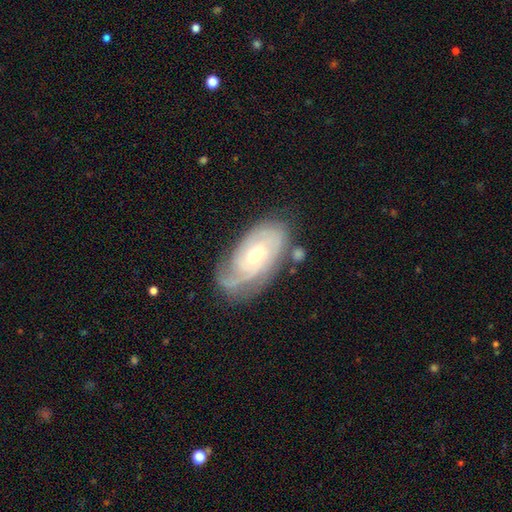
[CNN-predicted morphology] featured or disk 83%, smooth 12%, star or artifact 5%. Down the decision tree: edge-on disk — no (95%); bar — no (53%); spiral arms — yes (94%); spiral arm count — can't tell (35%); spiral winding — tight (62%); bulge size — moderate (54%); merging — none (63%).